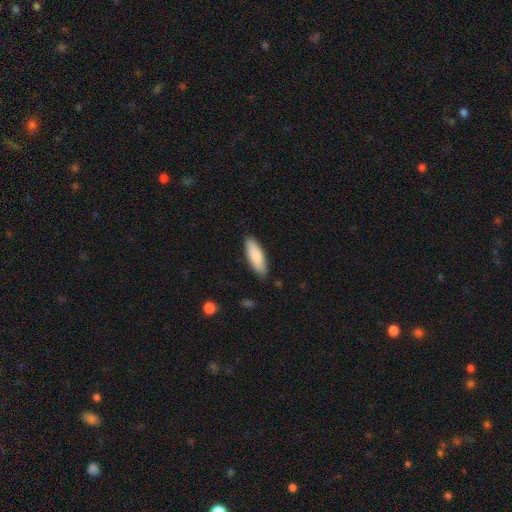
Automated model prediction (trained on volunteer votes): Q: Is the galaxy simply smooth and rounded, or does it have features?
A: smooth — 82%.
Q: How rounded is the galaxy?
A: in between — 53%.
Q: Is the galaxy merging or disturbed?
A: none — 85%.